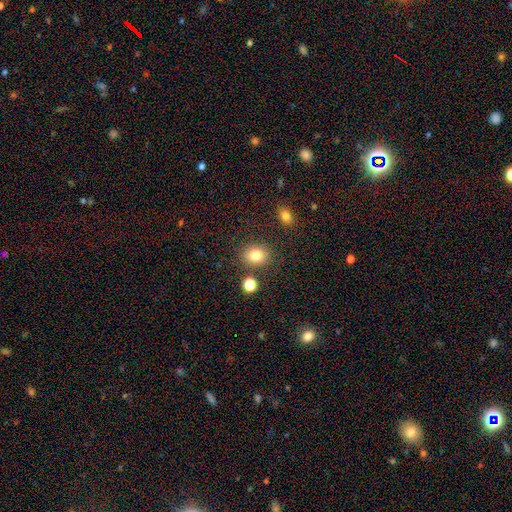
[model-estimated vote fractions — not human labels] Smooth or featured? Predicted: smooth (p=0.81). How rounded? Predicted: round (p=0.62). Merging? Predicted: none (p=0.81).